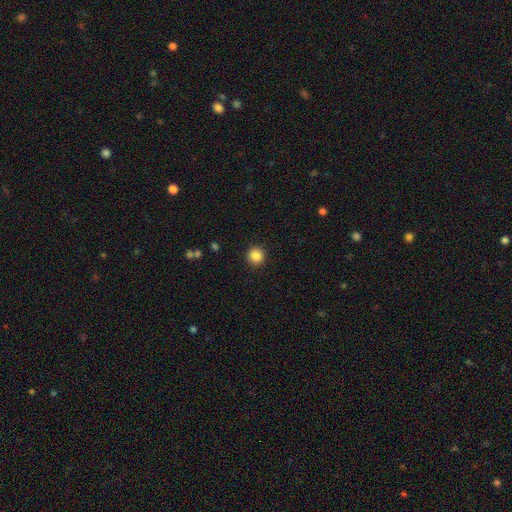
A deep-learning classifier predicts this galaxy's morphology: This is clearly a smooth galaxy (86%). How rounded: clearly round (95%). Merging: clearly none (92%).